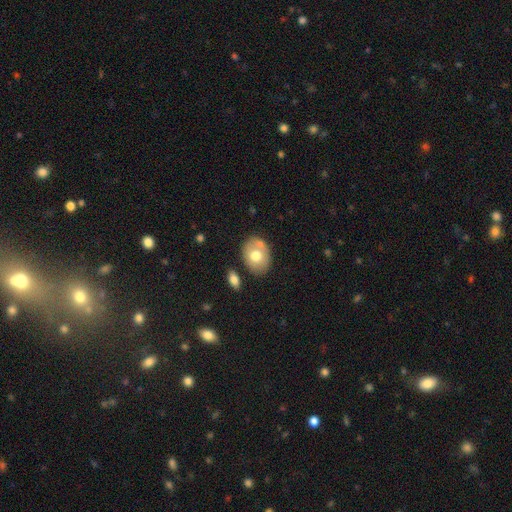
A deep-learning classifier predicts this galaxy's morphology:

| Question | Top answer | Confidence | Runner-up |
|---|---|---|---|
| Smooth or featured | smooth | 67% | featured or disk (26%) |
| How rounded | in between | 71% | round (28%) |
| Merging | none | 65% | minor disturbance (16%) |